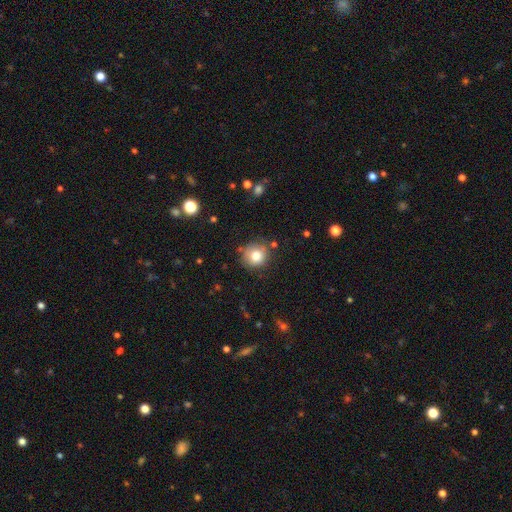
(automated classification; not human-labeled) A smooth galaxy with no disk features (79%) that is round (88%). Merging: none (77%).